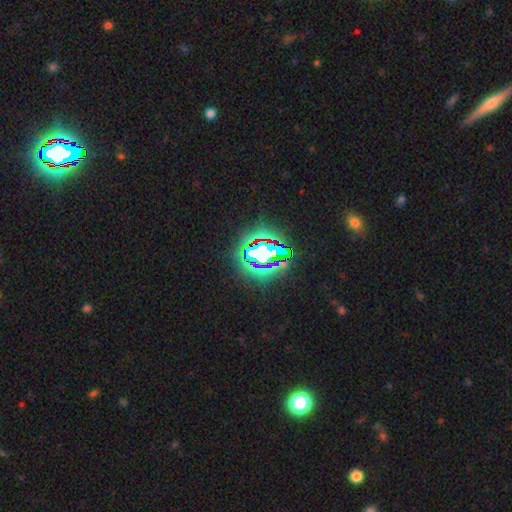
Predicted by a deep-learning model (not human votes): smooth_or_featured: star or artifact (p=0.73) [alt: smooth p=0.16]